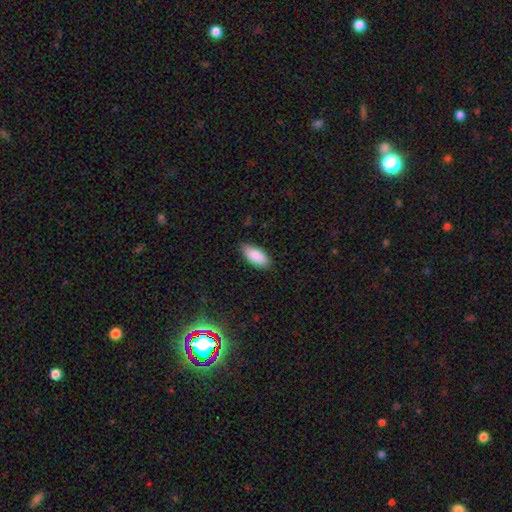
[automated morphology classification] type=smooth (89%); roundness=in between (90%); merging=none (86%).